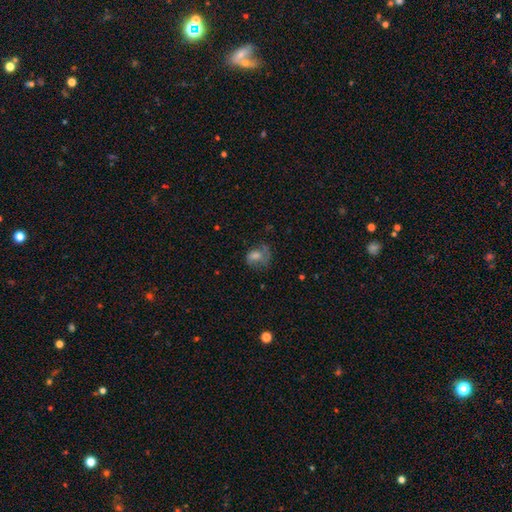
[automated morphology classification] type=smooth (49%); merging=none (42%).